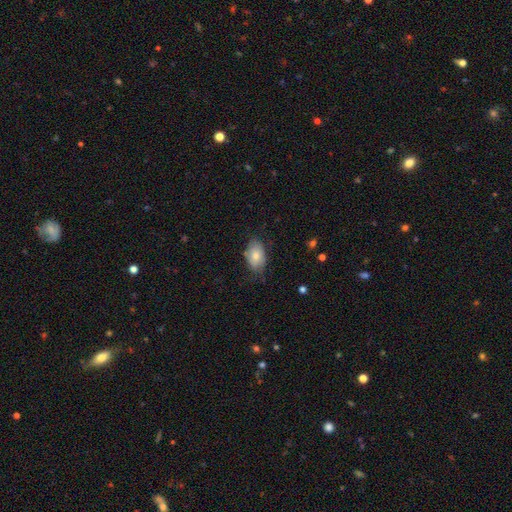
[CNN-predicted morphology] This appears to be a smooth galaxy with no disk features (76%) that is in between round and cigar-shaped (90%). Merging: none (68%).